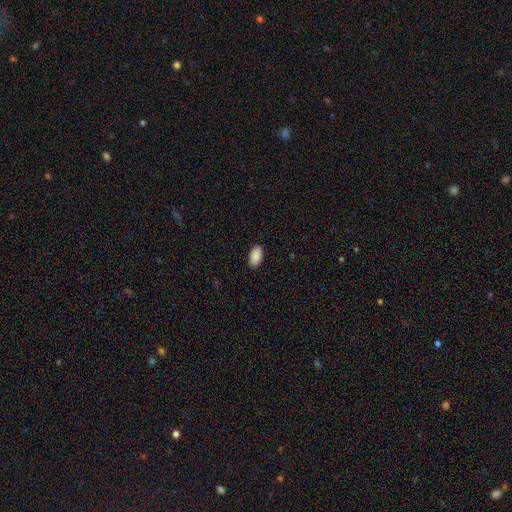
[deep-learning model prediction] Overall: smooth (91%). How rounded: in between (95%). Merging: none (89%).